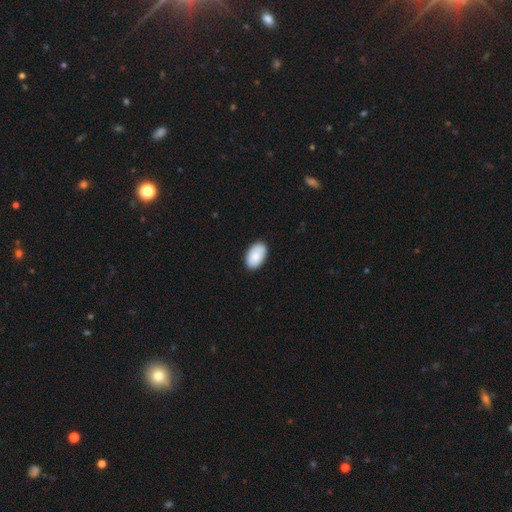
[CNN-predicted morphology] A smooth galaxy with no disk features (88%) that is in between round and cigar-shaped (94%). Merging: none (87%).